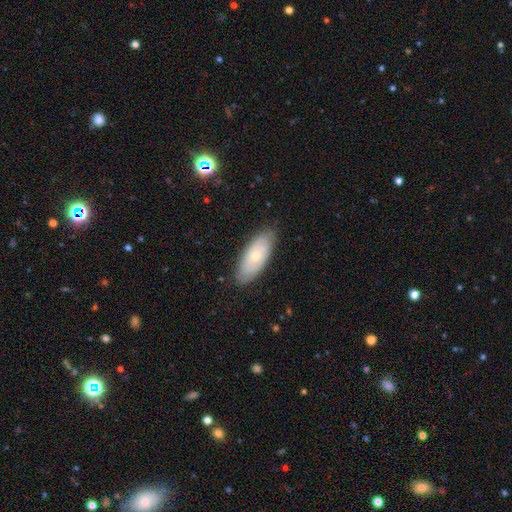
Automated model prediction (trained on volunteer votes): smooth-or-featured: smooth: 49% | featured or disk: 45% | star or artifact: 6%
  merging: none: 83% | minor disturbance: 14% | major disturbance: 3% | merger: 1%